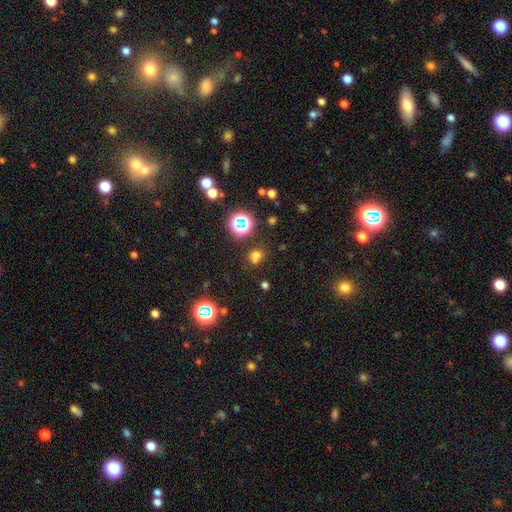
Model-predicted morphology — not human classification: Smooth or featured? Predicted: smooth (p=0.62). How rounded? Predicted: round (p=0.56). Merging? Predicted: none (p=0.67).